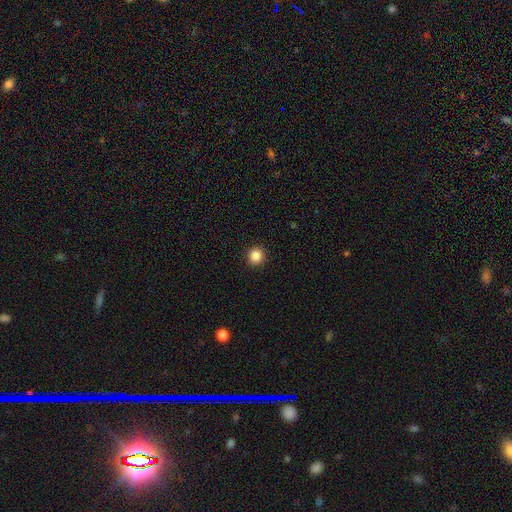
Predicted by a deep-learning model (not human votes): smooth_or_featured: smooth (p=0.87) [alt: star or artifact p=0.10]
how_rounded: round (p=0.94) [alt: in between p=0.05]
merging: none (p=0.92) [alt: minor disturbance p=0.05]